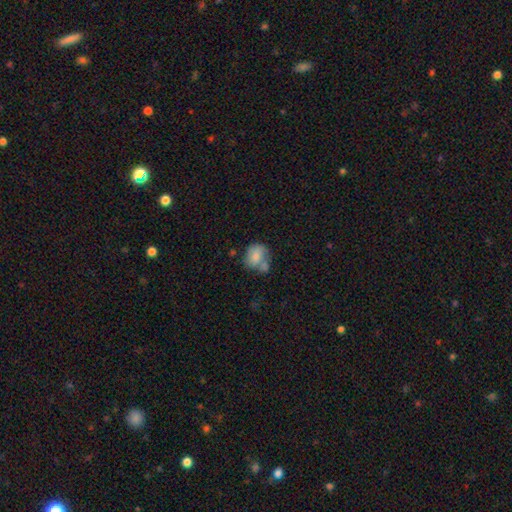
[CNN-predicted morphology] Smooth or featured: smooth — 75% (featured or disk — 17%)
How rounded: round — 59% (in between — 40%)
Merging: none — 37% (merger — 35%)